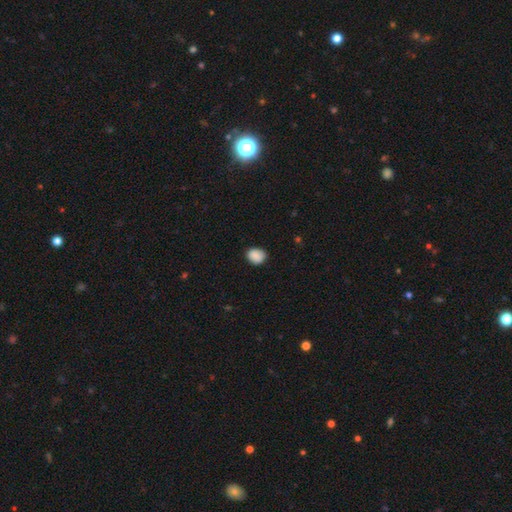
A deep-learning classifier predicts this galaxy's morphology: type=smooth (89%); roundness=round (51%); merging=none (81%).